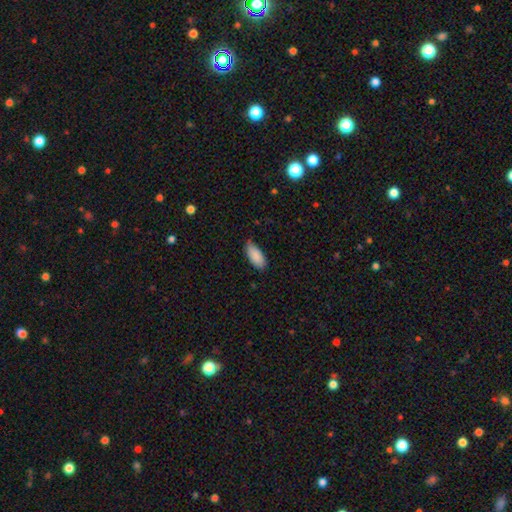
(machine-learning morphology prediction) smooth_or_featured: smooth (p=0.90) [alt: star or artifact p=0.06]
how_rounded: in between (p=0.89) [alt: cigar-shaped p=0.09]
merging: none (p=0.72) [alt: minor disturbance p=0.24]